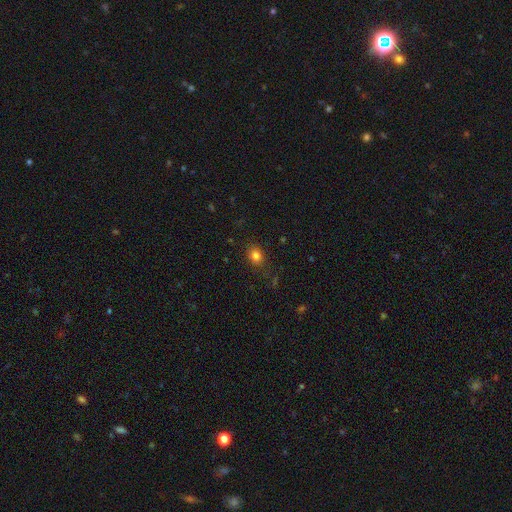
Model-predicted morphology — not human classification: Q: Smooth or featured?
A: smooth (81%); runner-up: star or artifact (13%)
Q: How rounded?
A: round (50%); runner-up: in between (49%)
Q: Merging?
A: none (81%); runner-up: minor disturbance (13%)